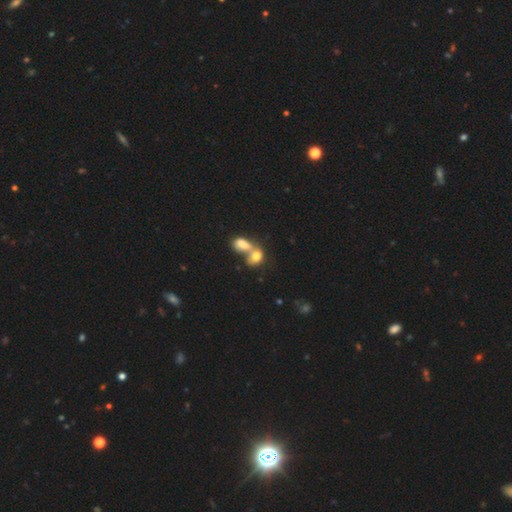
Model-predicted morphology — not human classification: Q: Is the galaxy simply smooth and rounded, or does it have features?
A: smooth — 75%.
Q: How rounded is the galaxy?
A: in between — 74%.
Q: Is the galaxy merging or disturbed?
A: merger — 75%.